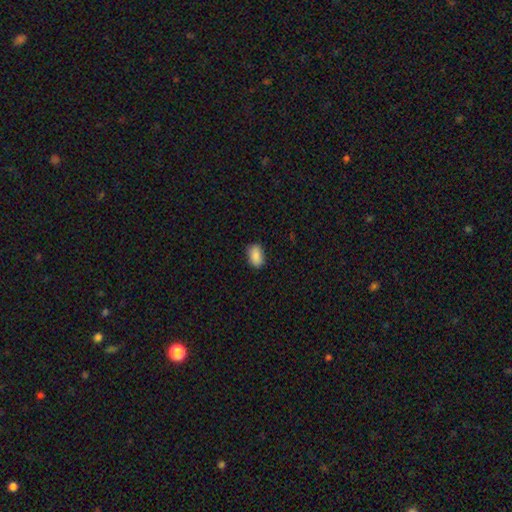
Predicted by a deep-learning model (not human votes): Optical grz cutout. It shows a smooth galaxy with no disk features (88%) that is in between round and cigar-shaped (89%). Merging: none (85%).